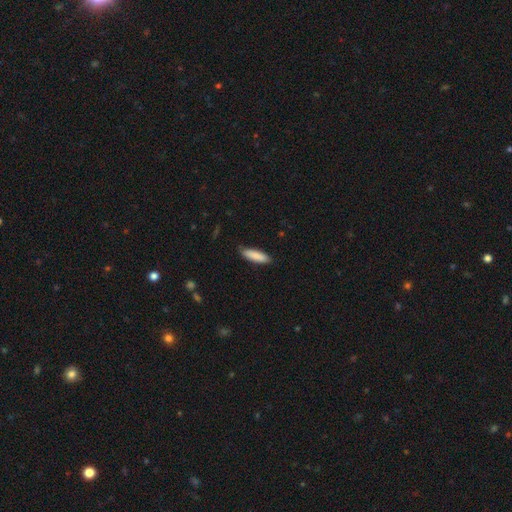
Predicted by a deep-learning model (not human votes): Smooth or featured? smooth (88%)
How rounded? cigar-shaped (62%)
Merging? none (84%)